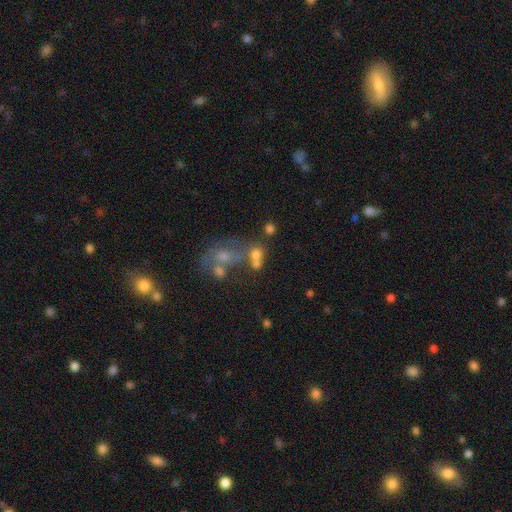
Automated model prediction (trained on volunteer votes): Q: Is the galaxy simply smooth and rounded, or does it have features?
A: smooth — 59%.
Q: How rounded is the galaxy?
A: round — 52%.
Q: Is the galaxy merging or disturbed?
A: merger — 44%.